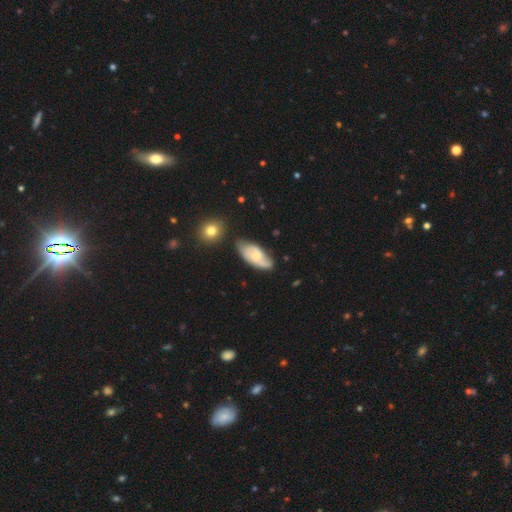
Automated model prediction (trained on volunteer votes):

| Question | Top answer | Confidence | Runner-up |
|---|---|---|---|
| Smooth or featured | featured or disk | 60% | smooth (34%) |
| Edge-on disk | no | 92% | yes (8%) |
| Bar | no | 63% | weak (33%) |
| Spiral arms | yes | 86% | no (14%) |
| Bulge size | small | 53% | moderate (35%) |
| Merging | none | 61% | minor disturbance (26%) |